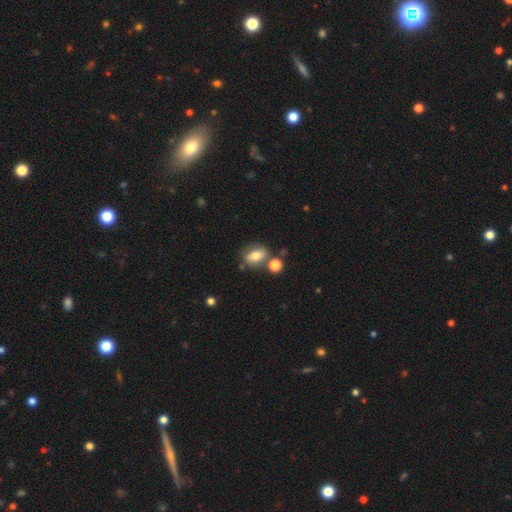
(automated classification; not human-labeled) Q: Smooth or featured?
A: smooth (70%); runner-up: featured or disk (20%)
Q: How rounded?
A: in between (70%); runner-up: round (28%)
Q: Merging?
A: none (64%); runner-up: merger (16%)